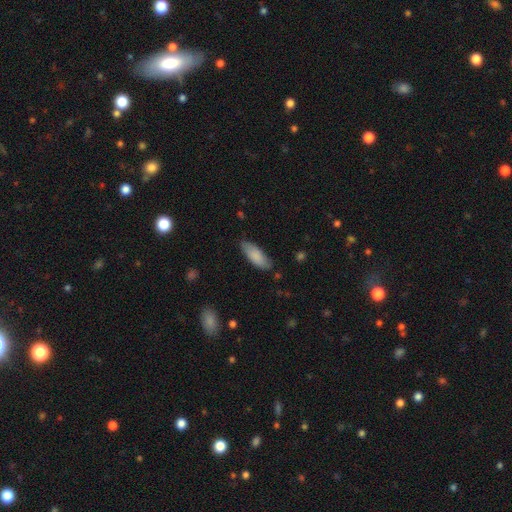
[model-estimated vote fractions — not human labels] Q: Smooth or featured?
A: smooth (86%); runner-up: featured or disk (9%)
Q: How rounded?
A: in between (73%); runner-up: cigar-shaped (26%)
Q: Merging?
A: none (78%); runner-up: minor disturbance (17%)